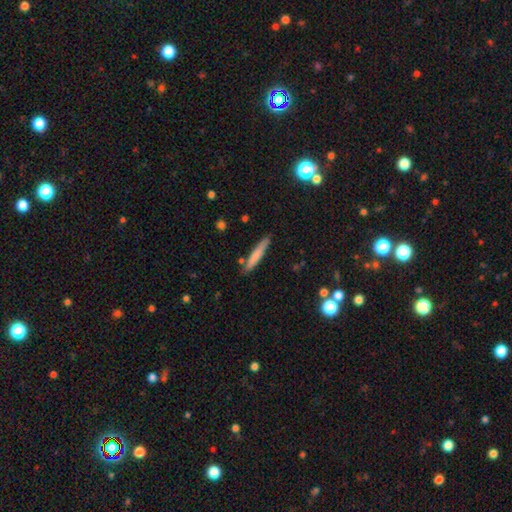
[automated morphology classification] Q: Smooth or featured?
A: smooth (73%); runner-up: featured or disk (20%)
Q: How rounded?
A: cigar-shaped (93%); runner-up: in between (6%)
Q: Merging?
A: none (84%); runner-up: minor disturbance (11%)